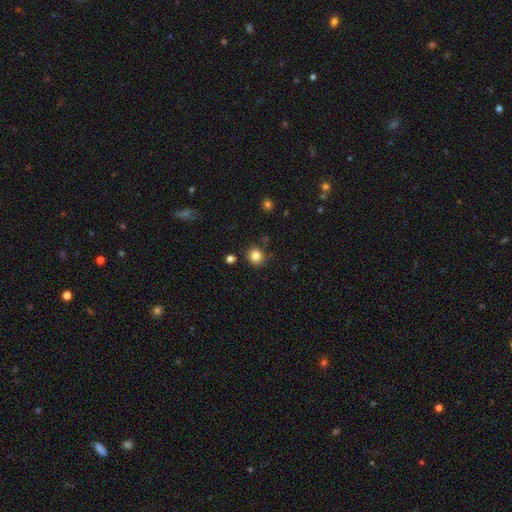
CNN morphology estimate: A smooth galaxy with no disk features (83%) that is round (87%). Merging: none (84%).